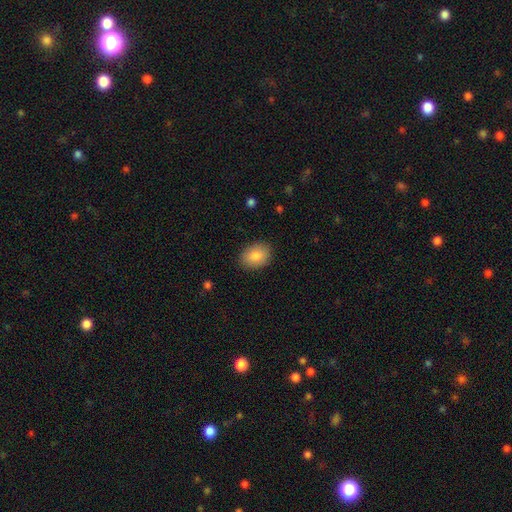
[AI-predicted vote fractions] smooth-or-featured: smooth: 85% | featured or disk: 7% | star or artifact: 7%
  how-rounded: in between: 74% | round: 25% | cigar-shaped: 1%
  merging: none: 87% | minor disturbance: 10% | major disturbance: 2% | merger: 1%